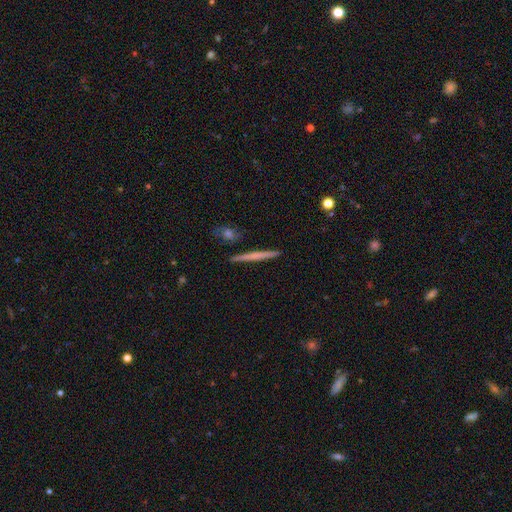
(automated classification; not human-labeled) Morphology: type=smooth (47%, tied with featured or disk); merging=none (90%).